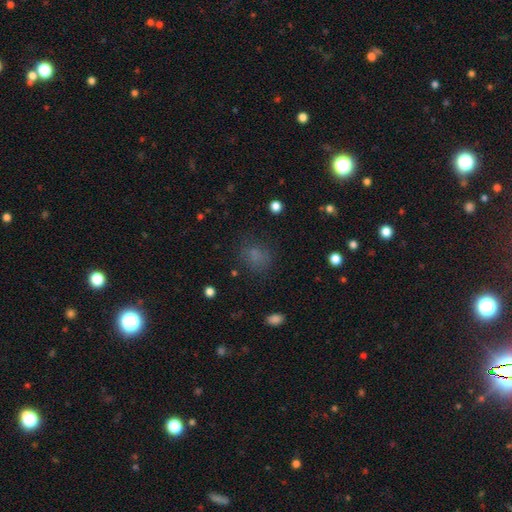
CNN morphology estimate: Overall: smooth (70%). How rounded: round (64%; in between 35%). Merging: none (72%).